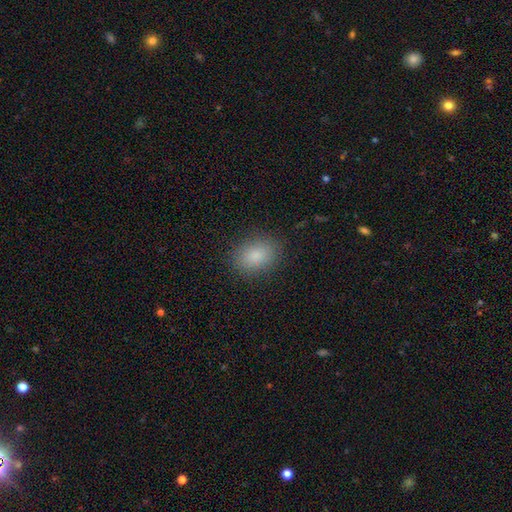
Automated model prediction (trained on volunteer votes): Smooth or featured? Predicted: smooth (p=0.85). How rounded? Predicted: in between (p=0.69). Merging? Predicted: none (p=0.86).